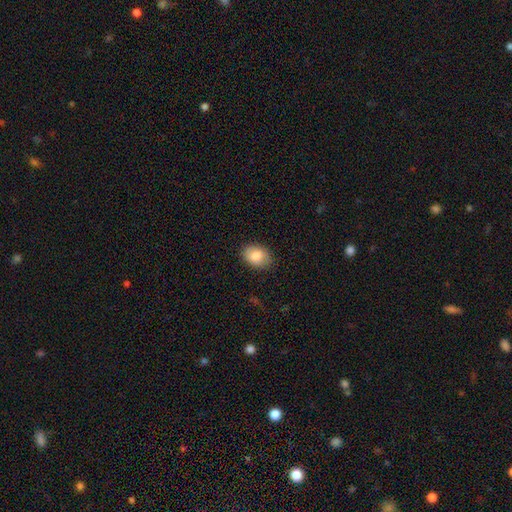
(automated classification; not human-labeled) smooth-or-featured: smooth: 85% | featured or disk: 7% | star or artifact: 7%
  how-rounded: in between: 77% | round: 22% | cigar-shaped: 1%
  merging: none: 84% | minor disturbance: 12% | major disturbance: 3% | merger: 1%